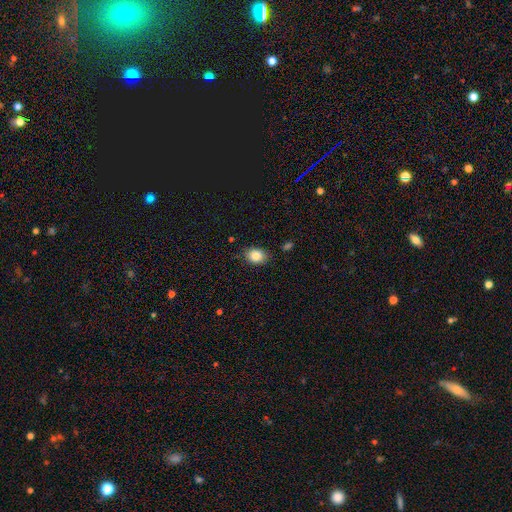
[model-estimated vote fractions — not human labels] Smooth or featured? smooth (86%)
How rounded? in between (60%)
Merging? none (81%)